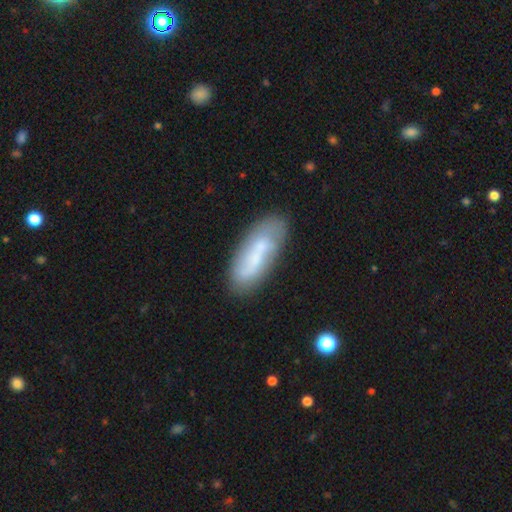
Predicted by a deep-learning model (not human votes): A smooth galaxy with no disk features (49%). Merging: none (67%).